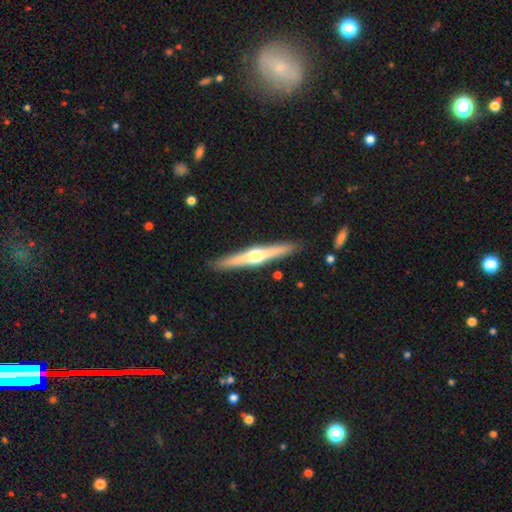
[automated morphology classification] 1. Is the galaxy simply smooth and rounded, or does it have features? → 72% featured or disk, 23% smooth, 5% star or artifact.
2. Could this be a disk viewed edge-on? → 98% yes, 2% no.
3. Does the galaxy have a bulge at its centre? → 94% rounded, 3% boxy, 3% none.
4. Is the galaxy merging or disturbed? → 90% none, 7% minor disturbance, 1% major disturbance, 1% merger.